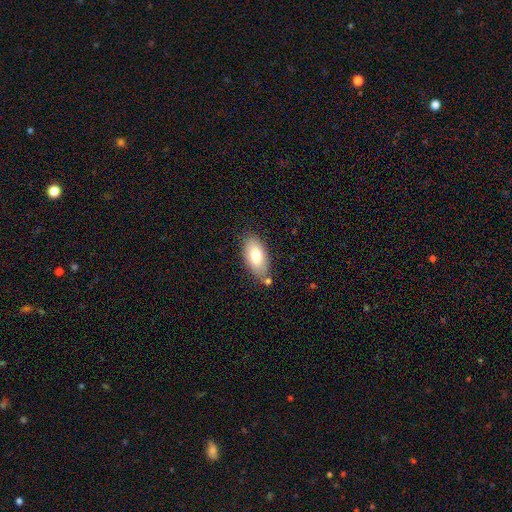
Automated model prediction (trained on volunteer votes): This appears to be a smooth galaxy with no disk features (76%) that is in between round and cigar-shaped (93%). Merging: none (73%).